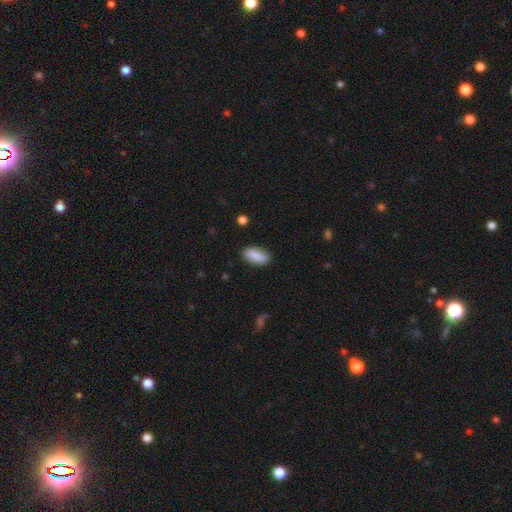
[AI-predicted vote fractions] A smooth galaxy with no disk features (88%) that is in between round and cigar-shaped (83%). Merging: none (85%).